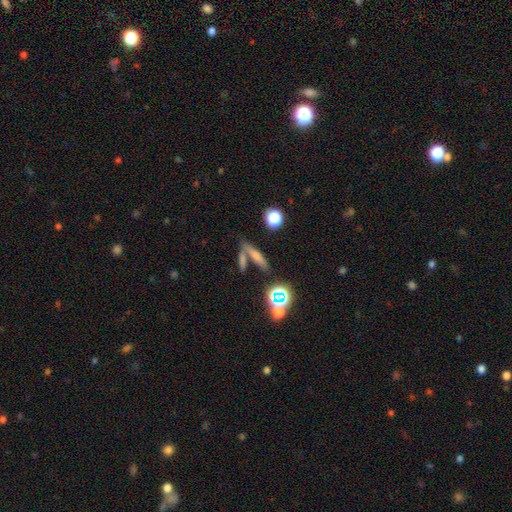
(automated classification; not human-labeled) A smooth galaxy with no disk features (63%) that is cigar-shaped (65%). Merging: none (45%).